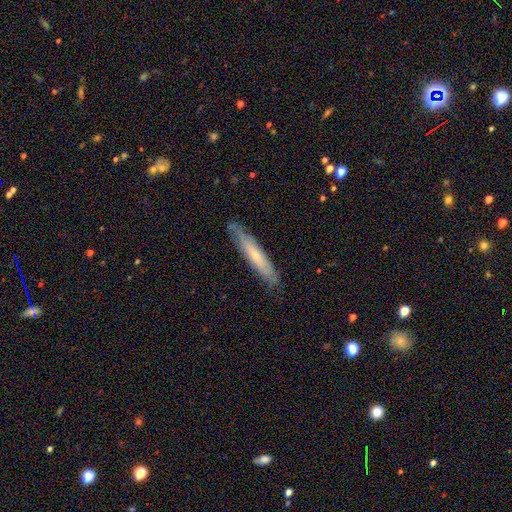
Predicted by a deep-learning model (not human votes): Q: Smooth or featured?
A: smooth (50%); runner-up: featured or disk (44%)
Q: How rounded?
A: cigar-shaped (89%); runner-up: in between (9%)
Q: Merging?
A: none (80%); runner-up: minor disturbance (16%)